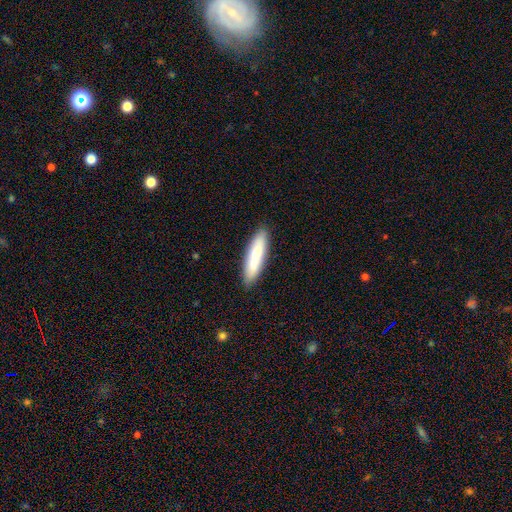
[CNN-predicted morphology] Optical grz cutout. It shows a smooth galaxy with no disk features (72%) that is cigar-shaped (67%). Merging: none (85%).